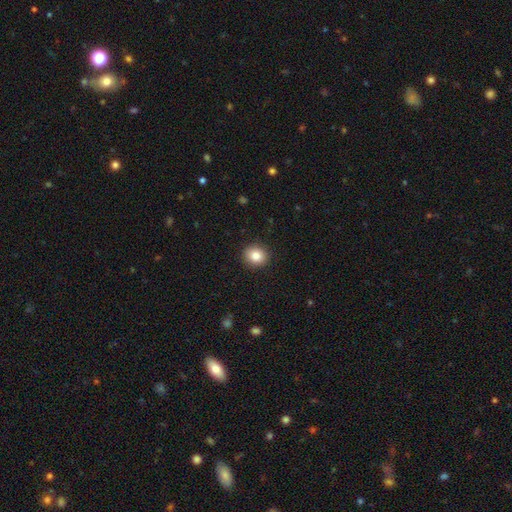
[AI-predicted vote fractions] A smooth galaxy with no disk features (84%) that is round (79%).

Vote fractions:
- Smooth or featured? smooth: 84% / star or artifact: 10% / featured or disk: 6%
- How rounded? round: 79% / in between: 20% / cigar-shaped: 1%
- Merging? none: 91% / minor disturbance: 6% / major disturbance: 2% / merger: 1%